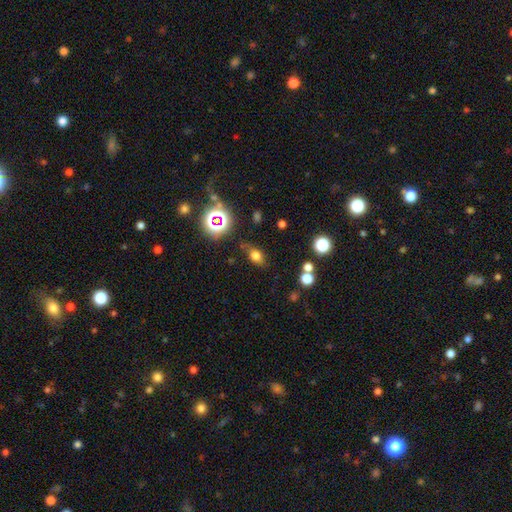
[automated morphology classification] smooth-or-featured: smooth: 67% | star or artifact: 20% | featured or disk: 13%
  how-rounded: in between: 66% | round: 30% | cigar-shaped: 4%
  merging: none: 71% | minor disturbance: 18% | major disturbance: 6% | merger: 4%